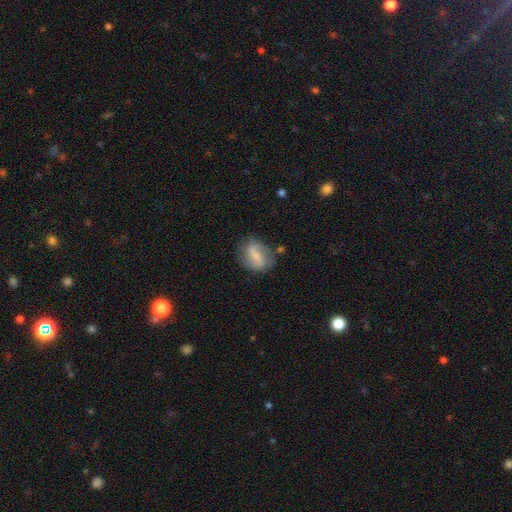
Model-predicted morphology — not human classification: Smooth or featured?
  - featured or disk: 47% *
  - smooth: 45%
  - star or artifact: 8%
Merging?
  - none: 63% *
  - minor disturbance: 23%
  - major disturbance: 9%
  - merger: 5%